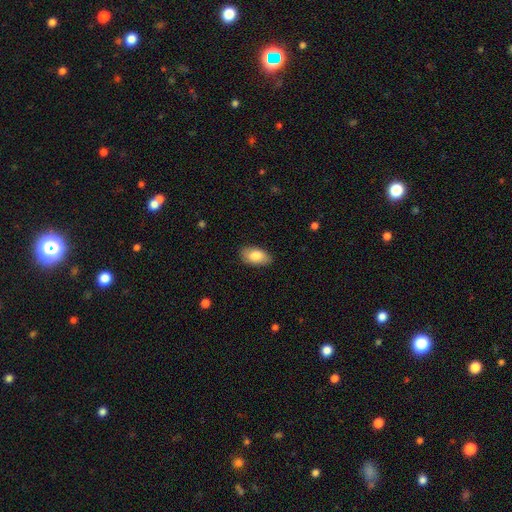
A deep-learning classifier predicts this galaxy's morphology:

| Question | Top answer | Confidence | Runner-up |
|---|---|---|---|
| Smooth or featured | smooth | 83% | featured or disk (11%) |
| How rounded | in between | 94% | round (4%) |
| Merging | none | 85% | minor disturbance (12%) |